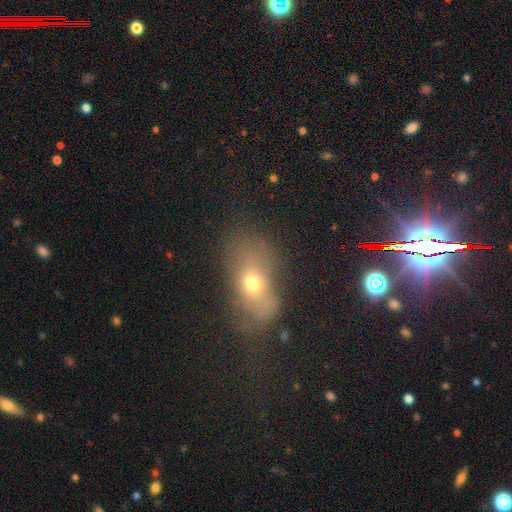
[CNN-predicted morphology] Smooth or featured? smooth (45%)
Merging? none (66%)